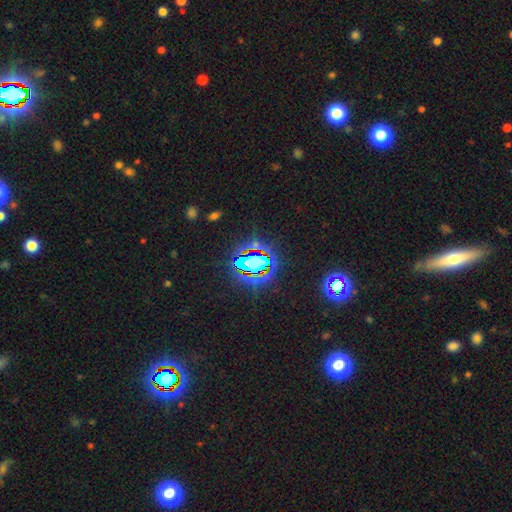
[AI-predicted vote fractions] smooth-or-featured: star or artifact: 78% | smooth: 13% | featured or disk: 9%